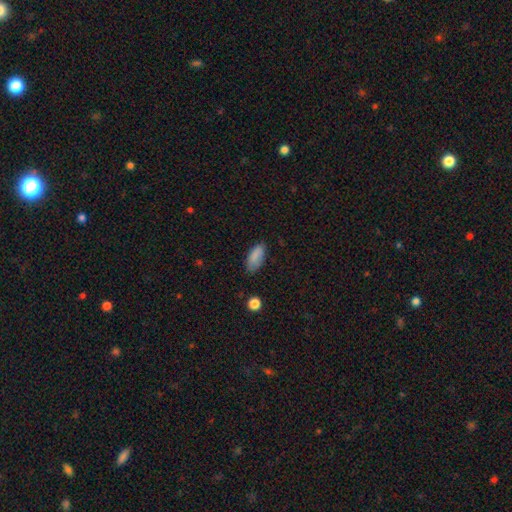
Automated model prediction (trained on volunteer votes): This is clearly a smooth galaxy (86%). How rounded: clearly in between (84%). Merging: likely none (73%).